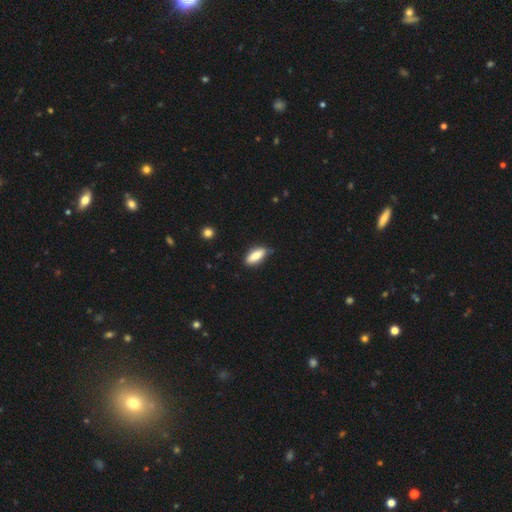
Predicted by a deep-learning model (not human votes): smooth-or-featured: smooth: 80% | featured or disk: 13% | star or artifact: 7%
  how-rounded: in between: 74% | cigar-shaped: 23% | round: 2%
  merging: none: 76% | minor disturbance: 20% | major disturbance: 3% | merger: 2%